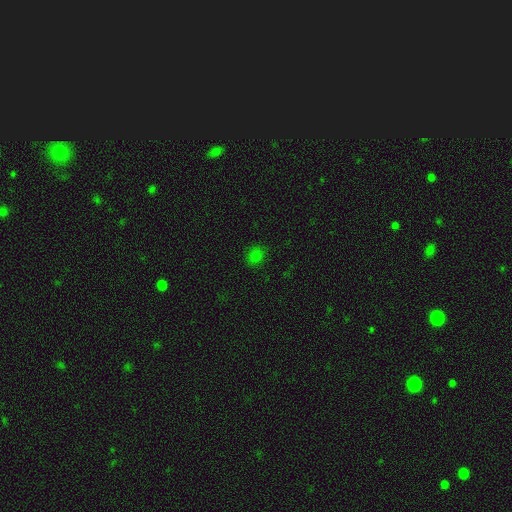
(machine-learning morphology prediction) Q: Smooth or featured?
A: smooth (77%); runner-up: star or artifact (19%)
Q: How rounded?
A: round (68%); runner-up: in between (31%)
Q: Merging?
A: none (86%); runner-up: minor disturbance (10%)